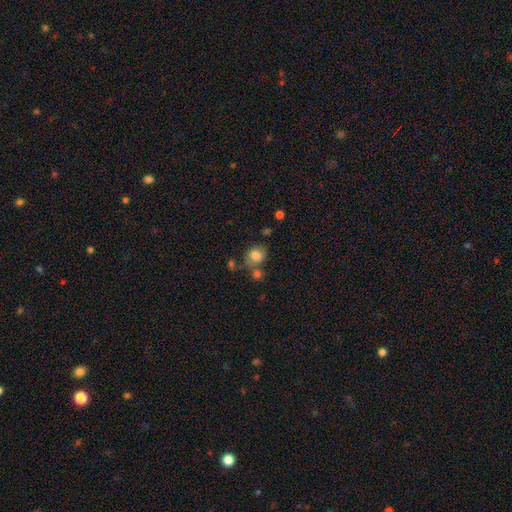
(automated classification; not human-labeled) A smooth galaxy with no disk features (78%) that is round (64%). Merging: none (60%).